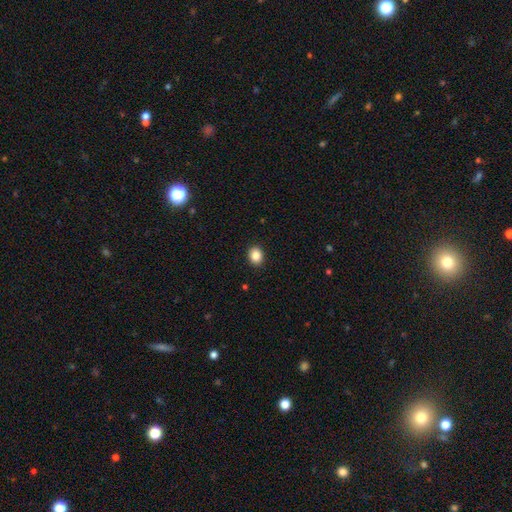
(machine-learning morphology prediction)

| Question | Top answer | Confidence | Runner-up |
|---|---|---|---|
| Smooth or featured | smooth | 87% | star or artifact (9%) |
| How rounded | round | 57% | in between (42%) |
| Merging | none | 92% | minor disturbance (6%) |